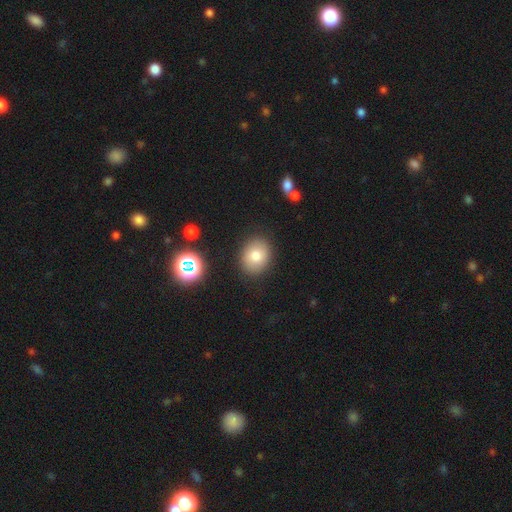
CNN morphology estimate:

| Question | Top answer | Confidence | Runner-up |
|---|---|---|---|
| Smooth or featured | smooth | 78% | featured or disk (11%) |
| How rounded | round | 51% | in between (48%) |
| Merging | none | 87% | minor disturbance (9%) |